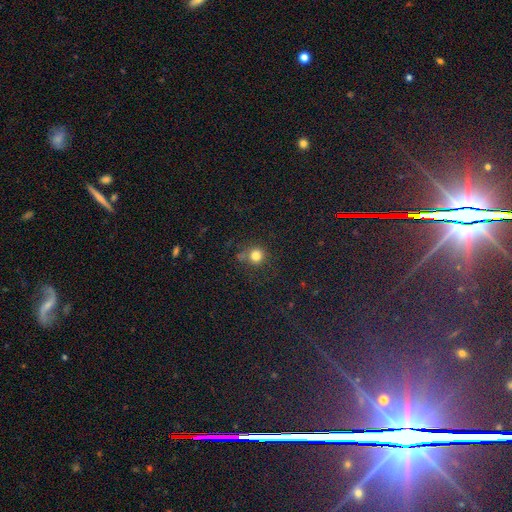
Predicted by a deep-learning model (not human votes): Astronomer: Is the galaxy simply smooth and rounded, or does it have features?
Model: smooth — 80%.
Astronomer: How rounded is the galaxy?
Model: round — 91%.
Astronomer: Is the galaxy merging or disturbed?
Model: none — 74%.